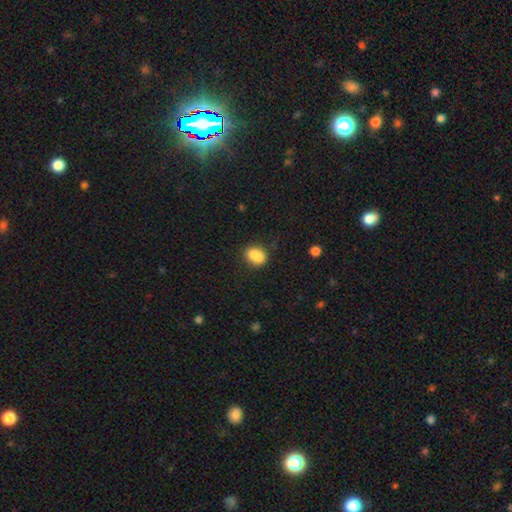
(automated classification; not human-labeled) smooth 78%, featured or disk 13%, star or artifact 9%. Down the decision tree: how rounded — in between (57%); merging — none (43%).